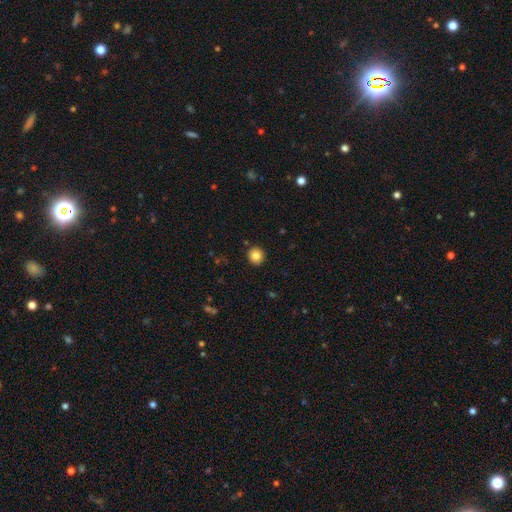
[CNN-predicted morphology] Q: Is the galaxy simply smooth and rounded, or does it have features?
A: smooth — 84%.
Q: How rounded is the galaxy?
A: round — 91%.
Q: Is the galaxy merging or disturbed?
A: none — 91%.